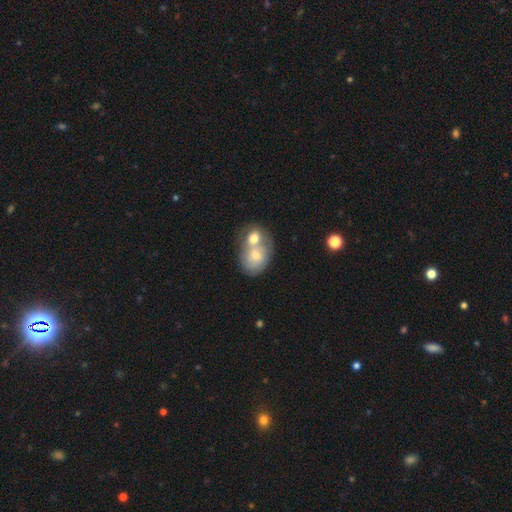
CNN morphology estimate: smooth-or-featured: smooth: 53% | featured or disk: 40% | star or artifact: 7%
  how-rounded: in between: 53% | round: 46% | cigar-shaped: 1%
  merging: merger: 74% | none: 16% | minor disturbance: 6% | major disturbance: 3%